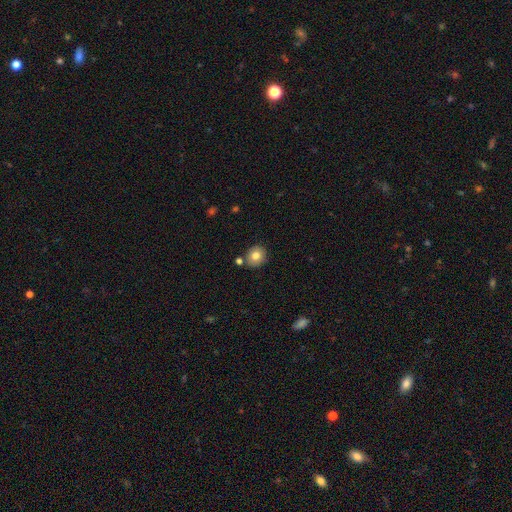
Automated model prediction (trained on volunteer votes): Overall: smooth (79%). How rounded: round (80%). Merging: none (79%).